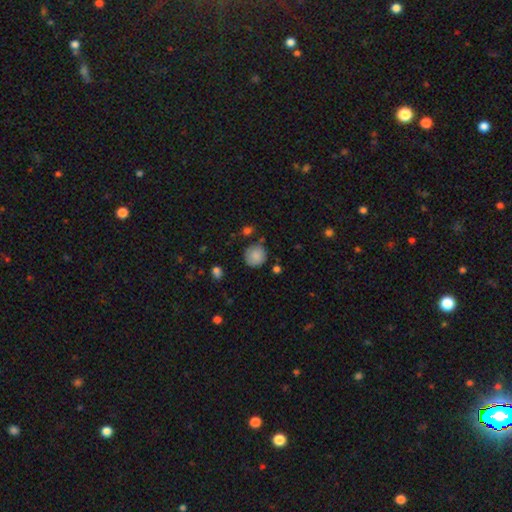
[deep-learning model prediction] Smooth or featured? smooth (85%)
How rounded? round (91%)
Merging? none (77%)